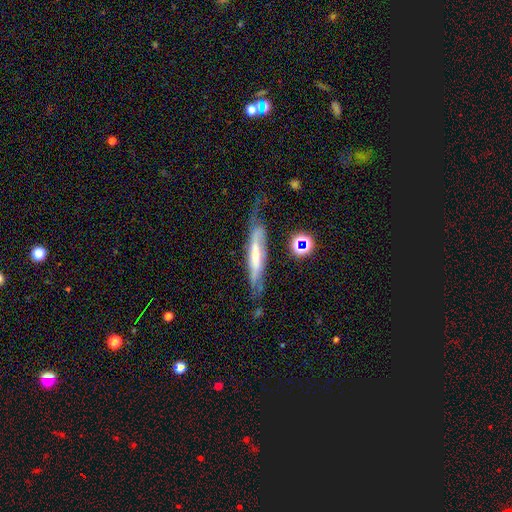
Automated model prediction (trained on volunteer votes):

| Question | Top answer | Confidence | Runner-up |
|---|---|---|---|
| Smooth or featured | featured or disk | 64% | smooth (28%) |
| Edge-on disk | yes | 54% | no (46%) |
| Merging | none | 51% | minor disturbance (26%) |